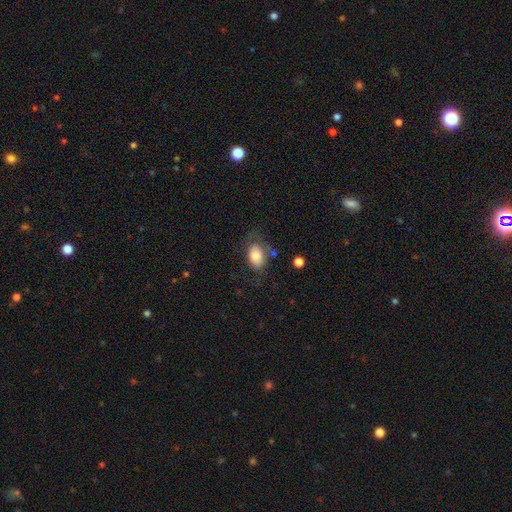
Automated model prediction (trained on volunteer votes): smooth_or_featured: smooth (p=0.76) [alt: featured or disk p=0.16]
how_rounded: in between (p=0.85) [alt: round p=0.13]
merging: none (p=0.60) [alt: minor disturbance p=0.22]